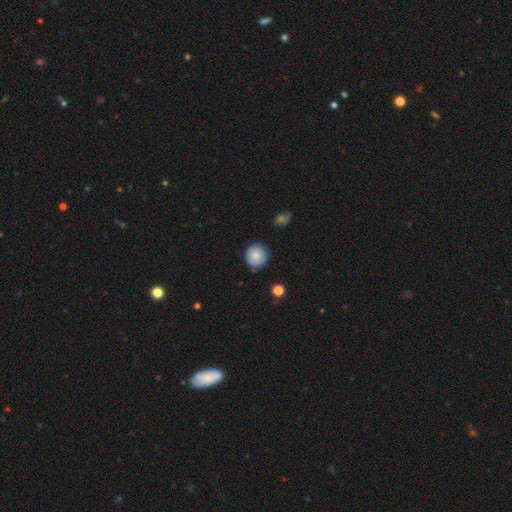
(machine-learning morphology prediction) Smooth or featured?
  - smooth: 86% *
  - star or artifact: 8%
  - featured or disk: 6%
How rounded?
  - round: 90% *
  - in between: 9%
  - cigar-shaped: 1%
Merging?
  - none: 84% *
  - minor disturbance: 12%
  - major disturbance: 2%
  - merger: 2%